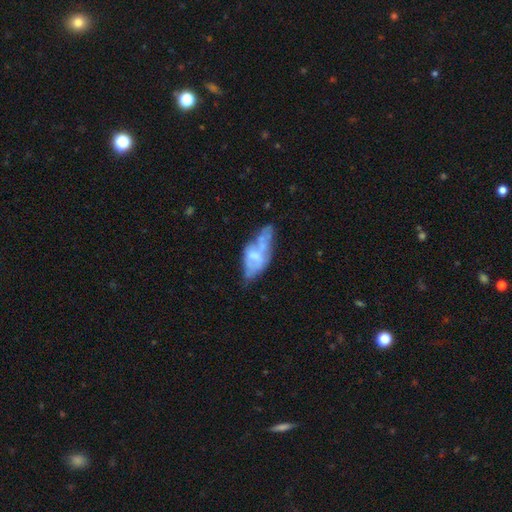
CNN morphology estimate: This is possibly a featured or disk galaxy (57%). It is clearly not viewed edge-on (82%). Merging: marginally none (30%).